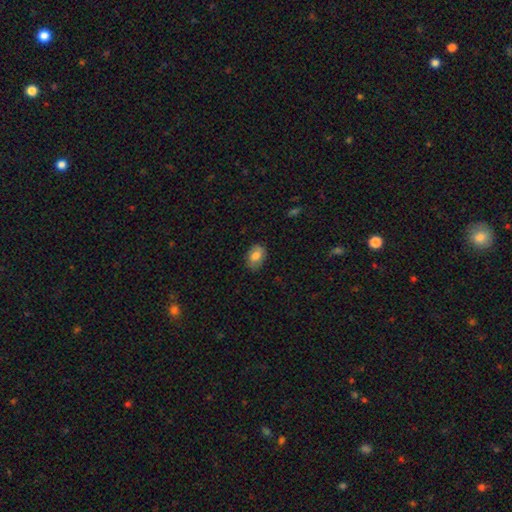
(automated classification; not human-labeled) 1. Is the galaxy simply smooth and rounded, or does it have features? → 80% smooth, 12% featured or disk, 8% star or artifact.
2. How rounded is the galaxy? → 80% in between, 18% round, 1% cigar-shaped.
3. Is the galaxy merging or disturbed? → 81% none, 15% minor disturbance, 3% major disturbance, 1% merger.